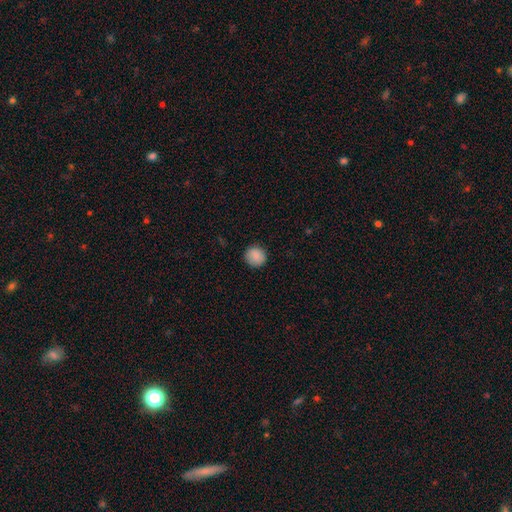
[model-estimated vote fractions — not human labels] smooth-or-featured: smooth: 88% | star or artifact: 8% | featured or disk: 4%
  how-rounded: round: 89% | in between: 10% | cigar-shaped: 1%
  merging: none: 89% | minor disturbance: 8% | major disturbance: 2% | merger: 1%